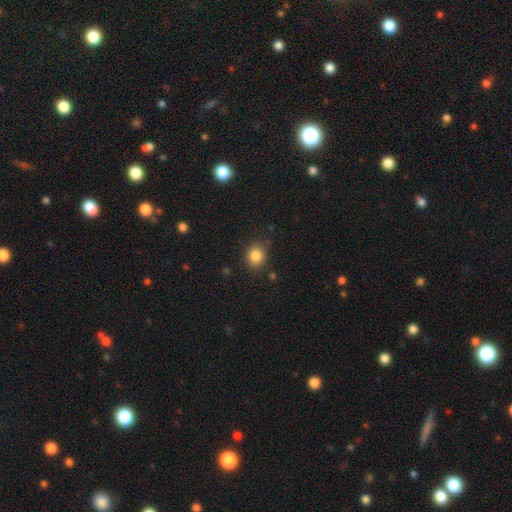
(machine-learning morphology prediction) A smooth galaxy with no disk features (84%) that is round (66%). Merging: none (83%).